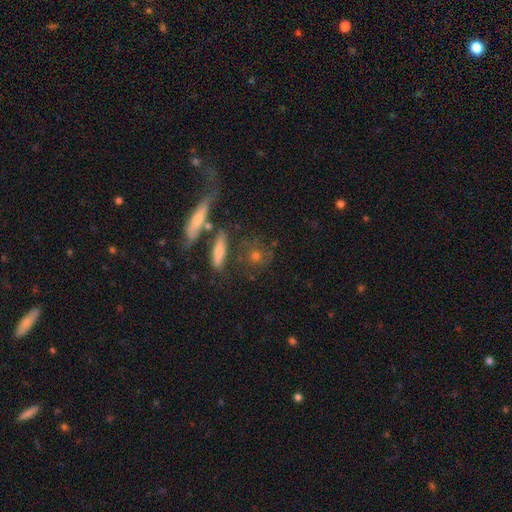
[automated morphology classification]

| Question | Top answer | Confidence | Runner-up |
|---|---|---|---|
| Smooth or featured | smooth | 48% | featured or disk (36%) |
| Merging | none | 62% | minor disturbance (15%) |